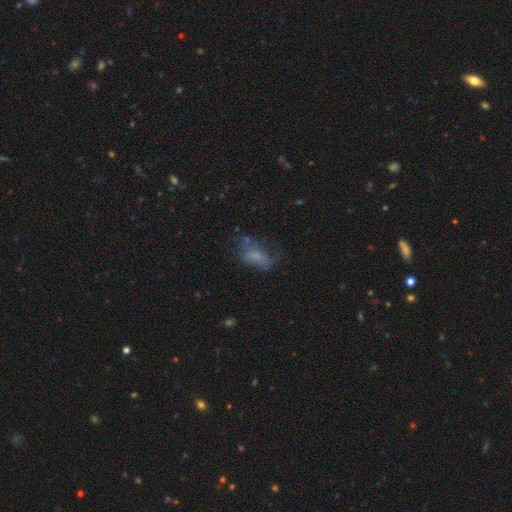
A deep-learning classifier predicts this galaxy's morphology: A smooth galaxy with no disk features (55%) that is in between round and cigar-shaped (82%). Merging: none (37%).